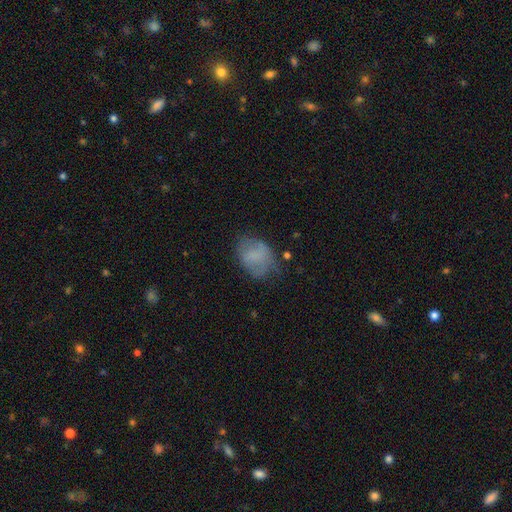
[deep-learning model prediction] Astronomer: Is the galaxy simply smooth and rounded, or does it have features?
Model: smooth — 64%.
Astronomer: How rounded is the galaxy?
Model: in between — 73%.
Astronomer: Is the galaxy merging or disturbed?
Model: none — 49% (runner-up: minor disturbance, 31%).